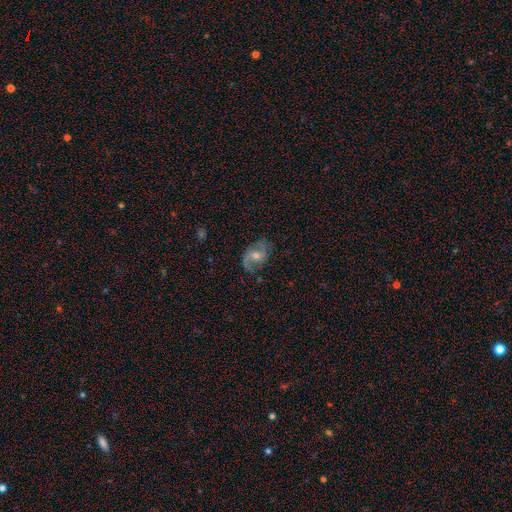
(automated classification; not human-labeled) Overall: featured or disk (76%). Edge-on disk: no (96%). Bar: no (45%; weak 43%). Spiral arms: yes (90%). Spiral arm count: 2 (85%). Spiral winding: medium (48%; loose 33%). Bulge size: moderate (62%; small 31%). Merging: none (75%).